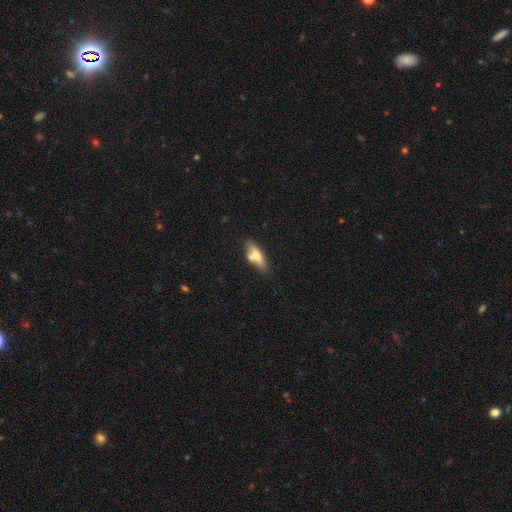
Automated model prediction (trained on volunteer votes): Morphology: type=smooth (57%); roundness=cigar-shaped (55%); merging=none (59%).